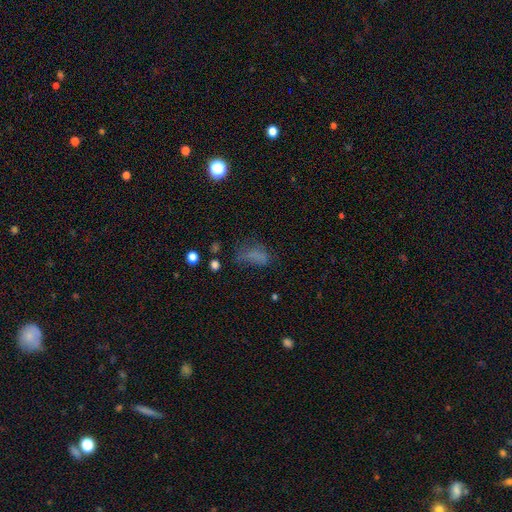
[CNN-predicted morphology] Smooth or featured? Predicted: smooth (p=0.61). How rounded? Predicted: in between (p=0.79). Merging? Predicted: none (p=0.38).